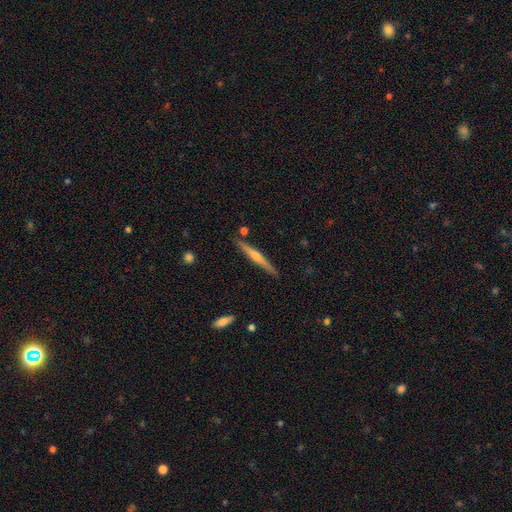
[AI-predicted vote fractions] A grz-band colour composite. It shows a featured or disk galaxy (72%) viewed edge-on (98%) with a rounded central bulge (84%). Merging: none (89%).